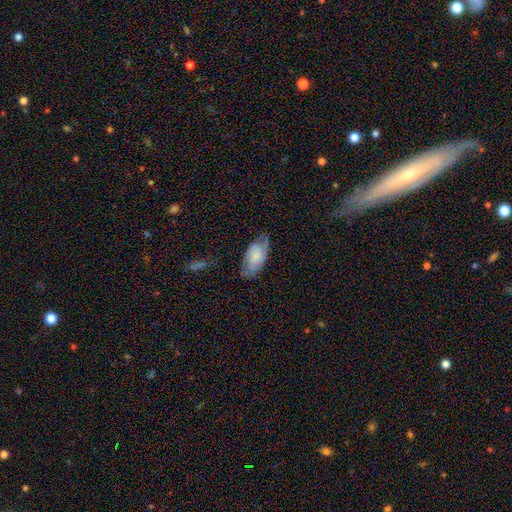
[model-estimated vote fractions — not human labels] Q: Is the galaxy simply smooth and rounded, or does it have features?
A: smooth — 48%.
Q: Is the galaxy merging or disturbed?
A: none — 62%.